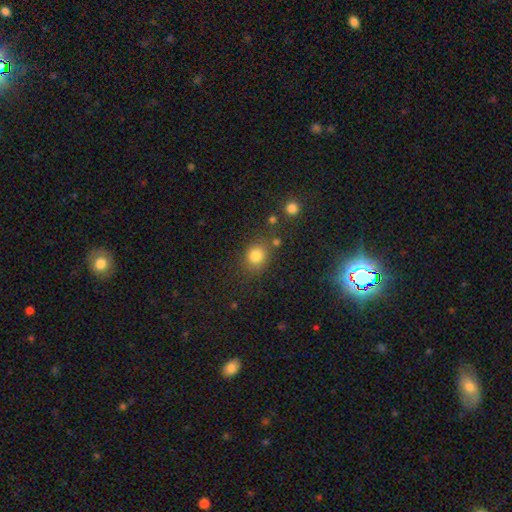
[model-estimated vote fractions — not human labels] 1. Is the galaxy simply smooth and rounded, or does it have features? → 82% smooth, 12% star or artifact, 6% featured or disk.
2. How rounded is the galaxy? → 65% round, 34% in between, 1% cigar-shaped.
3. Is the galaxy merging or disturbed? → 72% none, 14% minor disturbance, 8% merger, 6% major disturbance.